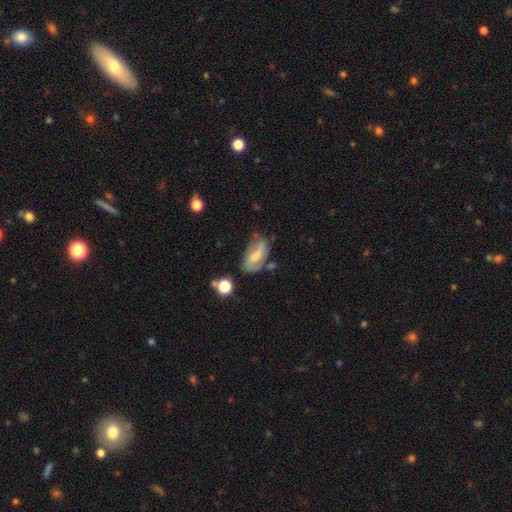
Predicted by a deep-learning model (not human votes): This is possibly a featured or disk galaxy (55%). It is clearly not viewed edge-on (92%). Bar: marginally weak (43%). Spiral arm pattern: likely yes (79%). Central bulge: marginally small (42%). Merging: possibly none (56%).